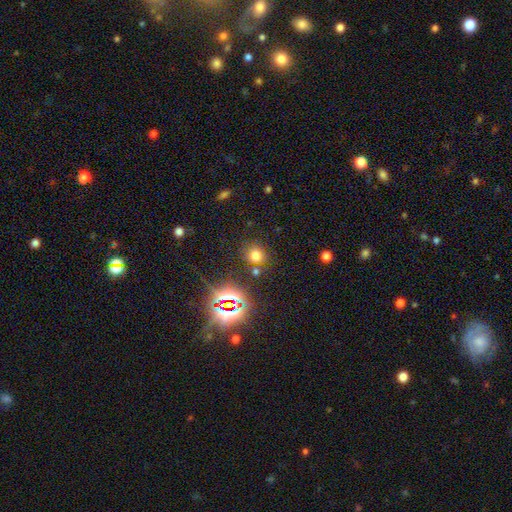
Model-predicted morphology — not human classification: type=smooth (66%); roundness=round (79%); merging=none (76%).